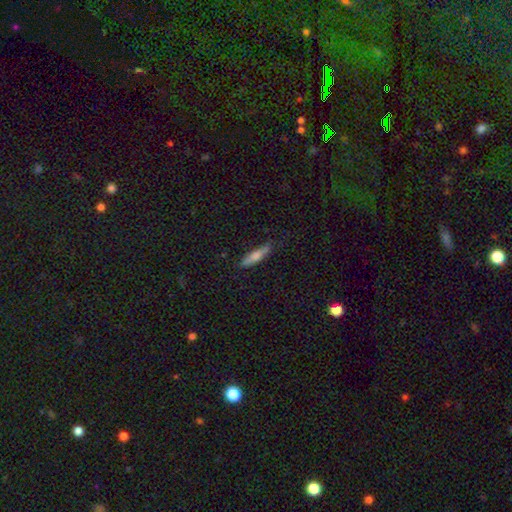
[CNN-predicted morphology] type=smooth (62%); roundness=cigar-shaped (82%); merging=none (80%).